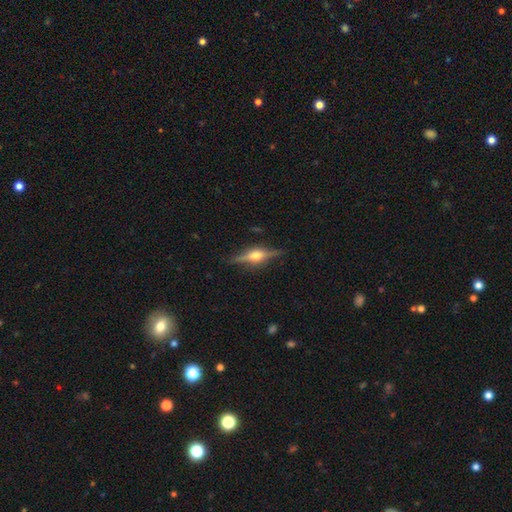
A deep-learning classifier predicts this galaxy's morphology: A featured or disk galaxy (77%) viewed edge-on (97%) with a rounded central bulge (93%).

Vote fractions:
- Smooth or featured? featured or disk: 77% / smooth: 16% / star or artifact: 7%
- Edge-on disk? yes: 97% / no: 3%
- Edge-on bulge? rounded: 93% / boxy: 5% / none: 2%
- Merging? none: 87% / minor disturbance: 9% / major disturbance: 2% / merger: 1%